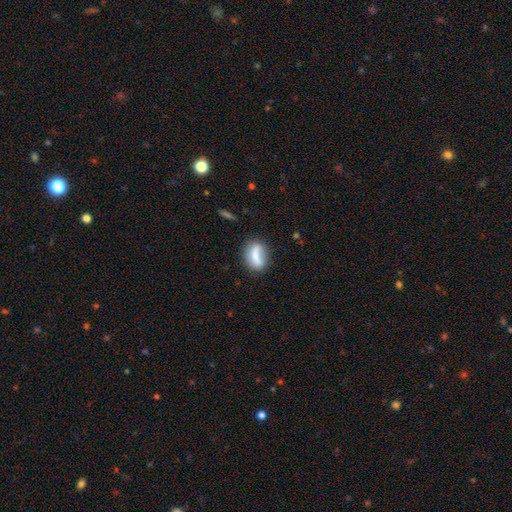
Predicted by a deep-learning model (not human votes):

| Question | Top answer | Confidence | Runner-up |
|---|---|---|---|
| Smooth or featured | smooth | 70% | featured or disk (22%) |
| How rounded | in between | 72% | round (17%) |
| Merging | none | 63% | minor disturbance (22%) |